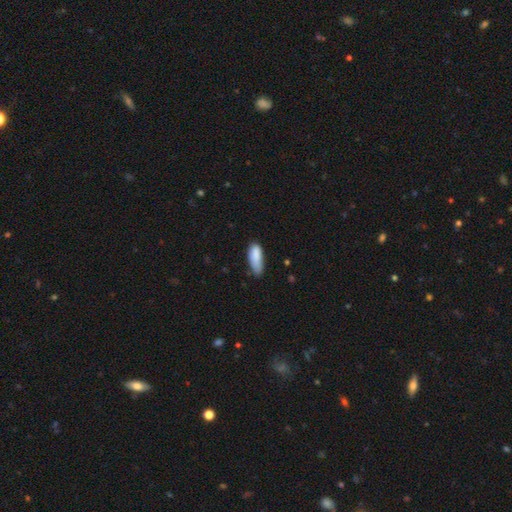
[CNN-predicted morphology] Q: Smooth or featured?
A: smooth (85%); runner-up: featured or disk (8%)
Q: How rounded?
A: in between (67%); runner-up: cigar-shaped (31%)
Q: Merging?
A: none (48%); runner-up: minor disturbance (40%)